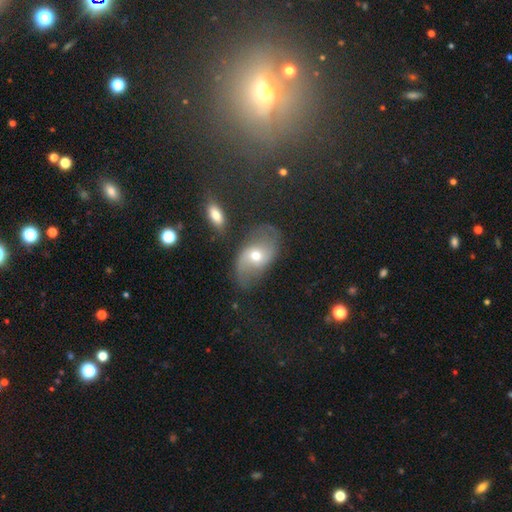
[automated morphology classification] Smooth or featured: featured or disk — 63% (smooth — 28%)
Edge-on disk: no — 94% (yes — 6%)
Bar: no — 62% (weak — 29%)
Spiral arms: yes — 83% (no — 17%)
Bulge size: moderate — 63% (small — 30%)
Merging: none — 62% (minor disturbance — 21%)